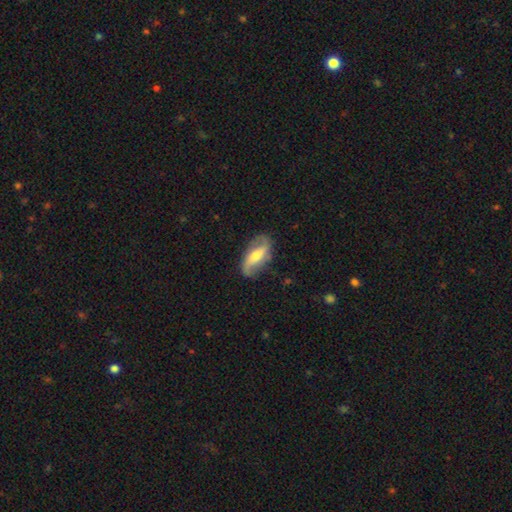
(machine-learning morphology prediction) Smooth or featured: featured or disk — 75% (smooth — 19%)
Edge-on disk: no — 92% (yes — 8%)
Bar: weak — 37% (strong — 36%)
Spiral arms: yes — 91% (no — 9%)
Spiral winding: loose — 67% (medium — 24%)
Spiral arm count: 2 — 90% (can't tell — 4%)
Bulge size: moderate — 52% (small — 38%)
Merging: none — 79% (minor disturbance — 15%)